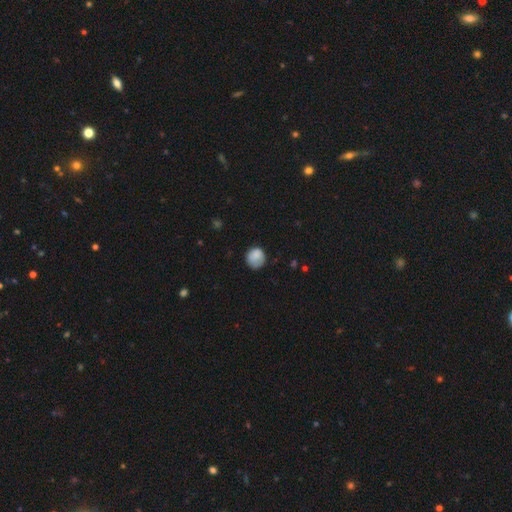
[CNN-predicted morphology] The model was most divided on "merging": none: 72%, minor disturbance: 21%, major disturbance: 5%, merger: 1%. More confident: how rounded — round (86%); smooth or featured — smooth (85%).